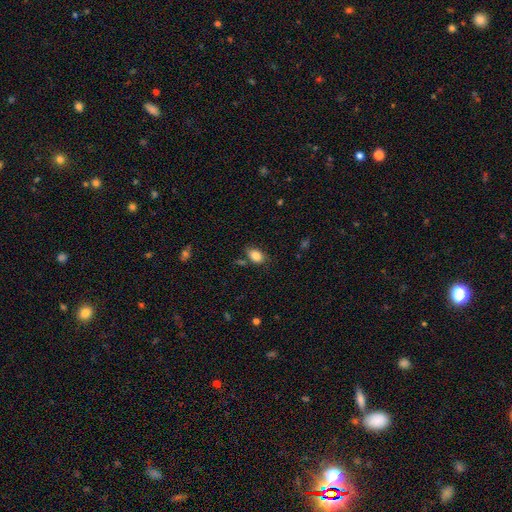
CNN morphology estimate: Overall: smooth (85%). How rounded: in between (85%). Merging: none (74%).